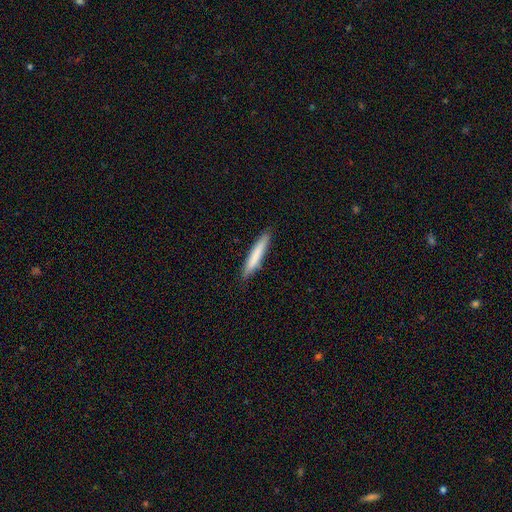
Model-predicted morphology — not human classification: Q: Smooth or featured?
A: smooth (76%); runner-up: featured or disk (18%)
Q: How rounded?
A: cigar-shaped (94%); runner-up: in between (4%)
Q: Merging?
A: none (89%); runner-up: minor disturbance (8%)